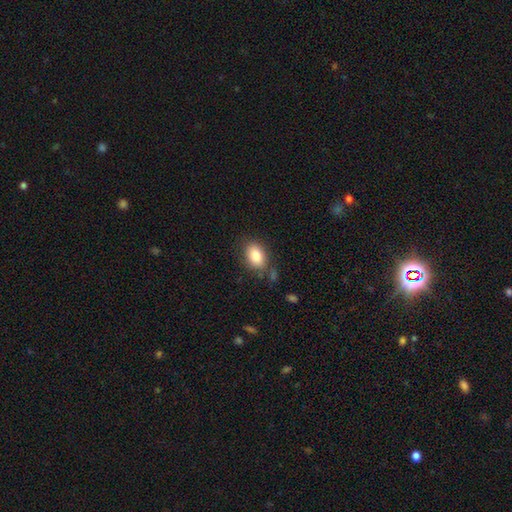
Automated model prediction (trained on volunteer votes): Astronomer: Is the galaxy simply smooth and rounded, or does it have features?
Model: smooth — 84%.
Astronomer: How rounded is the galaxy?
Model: in between — 84%.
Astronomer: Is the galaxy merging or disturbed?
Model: none — 77%.